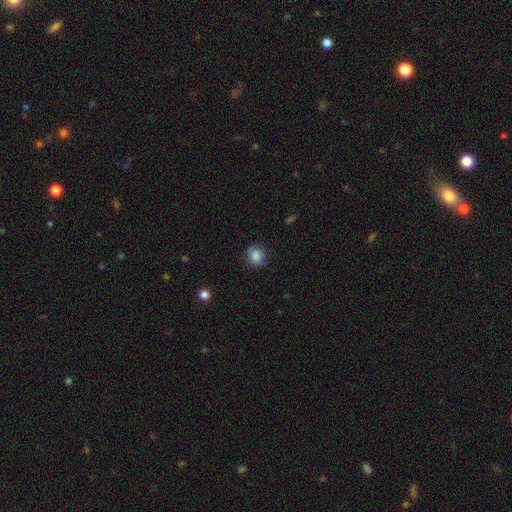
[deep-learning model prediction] A smooth galaxy with no disk features (86%) that is round (78%). Merging: none (83%).